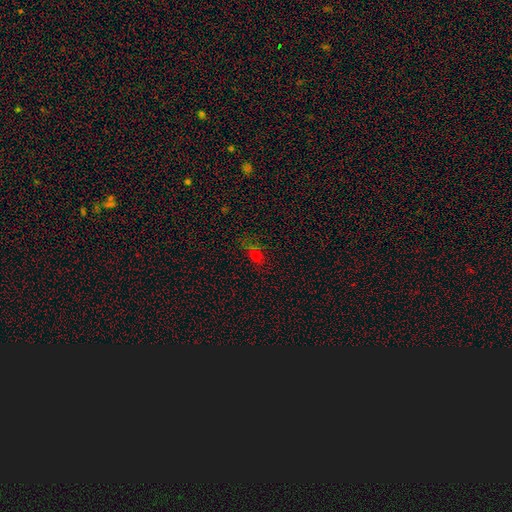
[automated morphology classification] This appears to be a smooth galaxy with no disk features (61%) that is in between round and cigar-shaped (48%). Merging: none (63%).